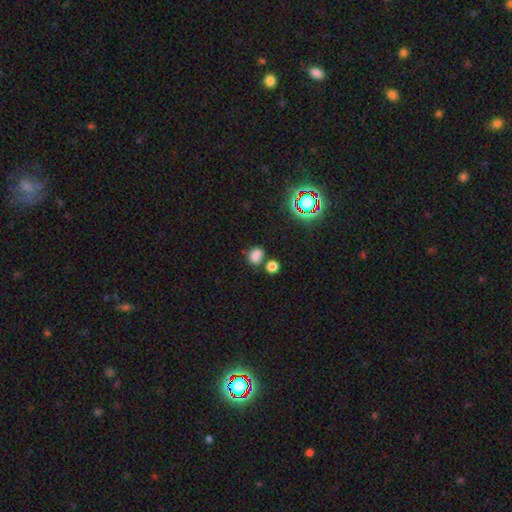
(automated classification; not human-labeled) Smooth or featured?
  - smooth: 71% *
  - star or artifact: 17%
  - featured or disk: 12%
How rounded?
  - round: 68% *
  - in between: 31%
  - cigar-shaped: 1%
Merging?
  - none: 42% *
  - merger: 40%
  - minor disturbance: 12%
  - major disturbance: 6%